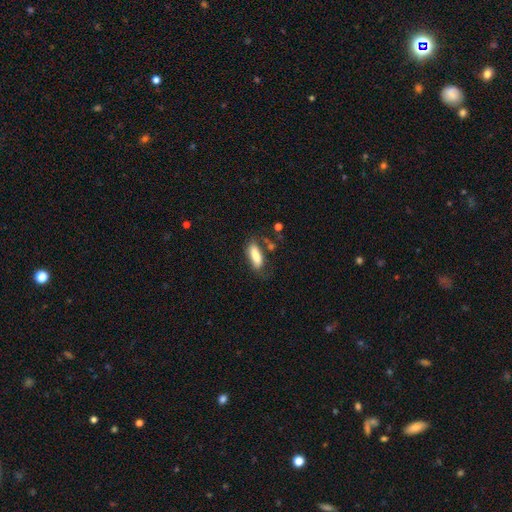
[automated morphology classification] Smooth or featured? Predicted: smooth (p=0.78). How rounded? Predicted: in between (p=0.67). Merging? Predicted: none (p=0.62).